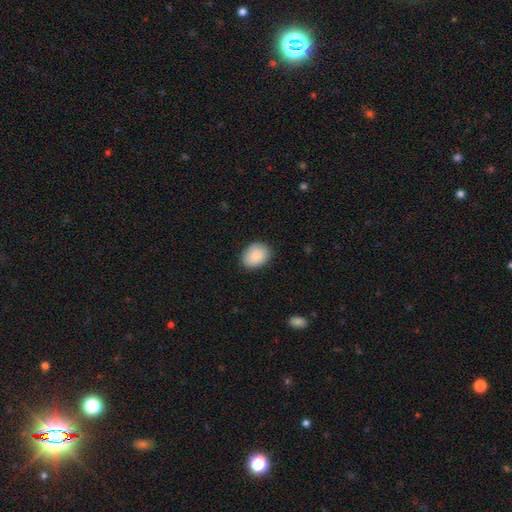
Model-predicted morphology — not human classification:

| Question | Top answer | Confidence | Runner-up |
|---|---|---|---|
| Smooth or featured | smooth | 88% | star or artifact (6%) |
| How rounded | in between | 65% | round (34%) |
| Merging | none | 86% | minor disturbance (11%) |